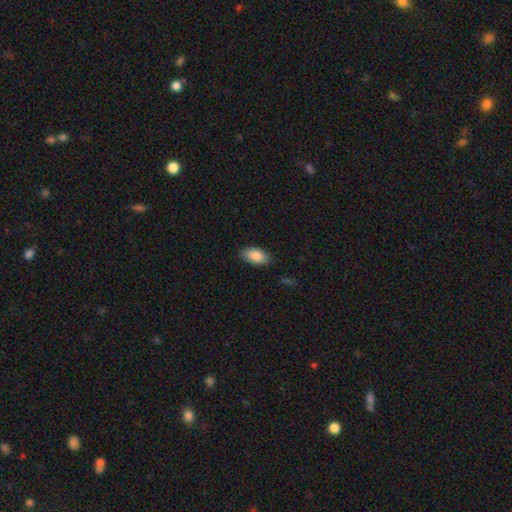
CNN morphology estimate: The model was most divided on "merging": none: 86%, minor disturbance: 11%, major disturbance: 2%, merger: 1%. More confident: how rounded — in between (93%); smooth or featured — smooth (88%).